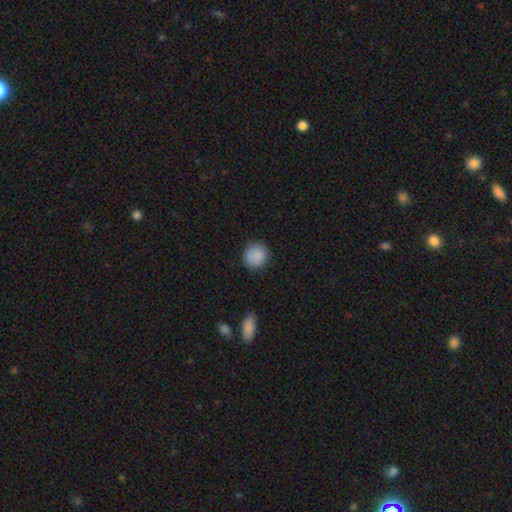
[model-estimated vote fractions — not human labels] This appears to be a smooth galaxy with no disk features (89%) that is round (92%). Merging: none (89%).